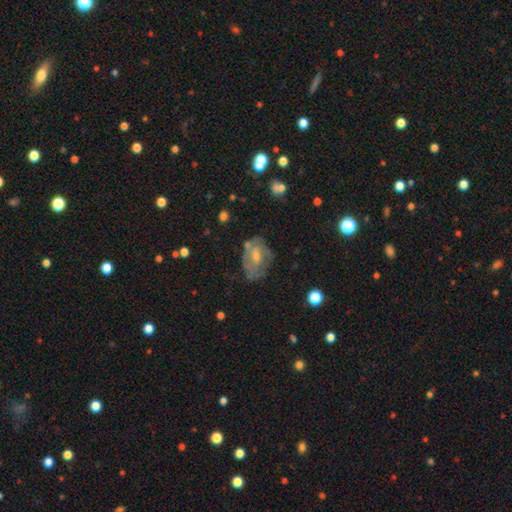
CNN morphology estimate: This appears to be a featured or disk galaxy (56%) with no bar (52%), spiral arms (64%) and a moderate central bulge (47%). Merging: none (61%).